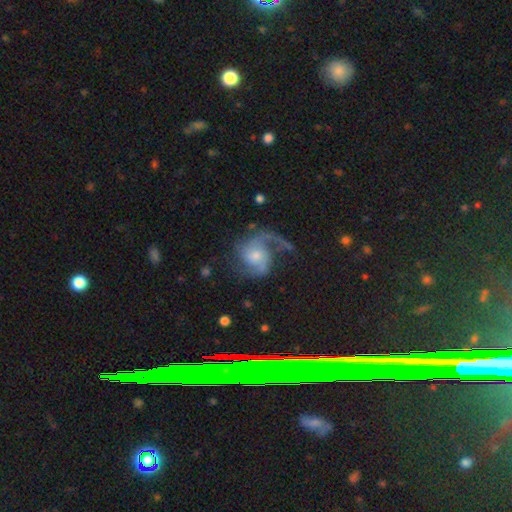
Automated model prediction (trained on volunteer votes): The model was most divided on "bulge size": moderate: 44%, small: 42%, large: 7%, none: 5%, dominant: 2%. Remaining: edge-on disk — no (98%); spiral arms — yes (96%); smooth or featured — featured or disk (83%); bar — no (67%); spiral arm count — 2 (66%); merging — none (56%); spiral winding — medium (48%).